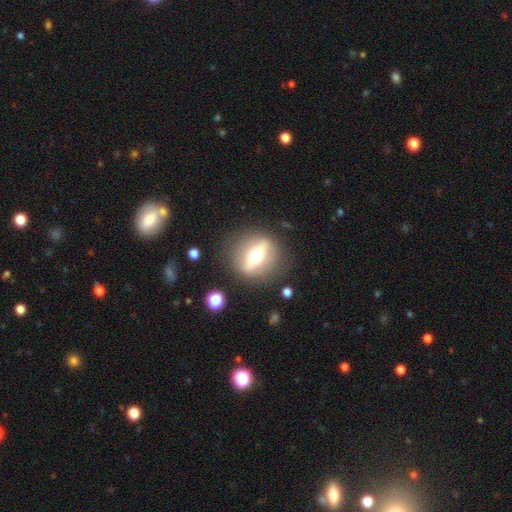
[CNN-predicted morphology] A featured or disk galaxy (68%) viewed edge-on (58%). Merging: none (83%).